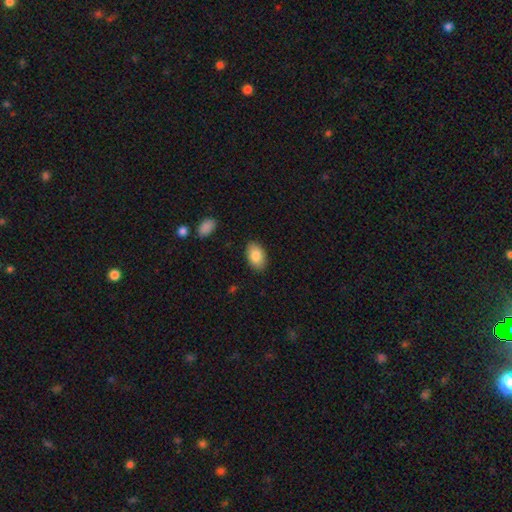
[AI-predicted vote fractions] Smooth or featured: smooth — 85% (featured or disk — 8%)
How rounded: in between — 92% (round — 7%)
Merging: none — 87% (minor disturbance — 9%)